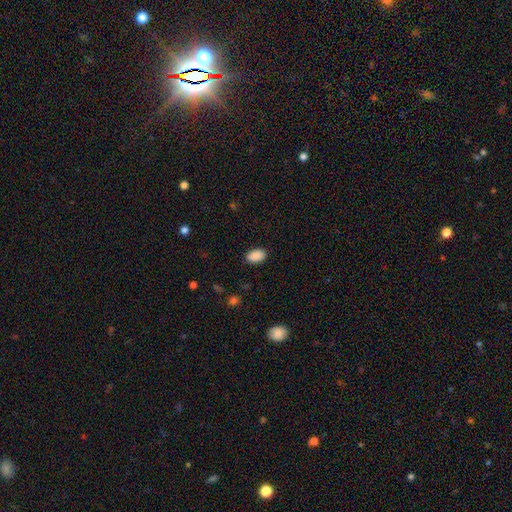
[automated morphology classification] This appears to be a smooth galaxy with no disk features (89%) that is in between round and cigar-shaped (91%). Merging: none (86%).